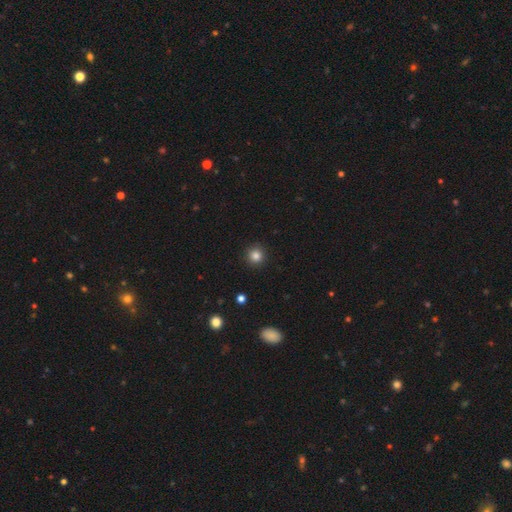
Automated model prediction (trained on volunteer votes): smooth-or-featured: smooth: 83% | star or artifact: 12% | featured or disk: 4%
  how-rounded: round: 94% | in between: 5% | cigar-shaped: 1%
  merging: none: 92% | minor disturbance: 5% | major disturbance: 2% | merger: 1%